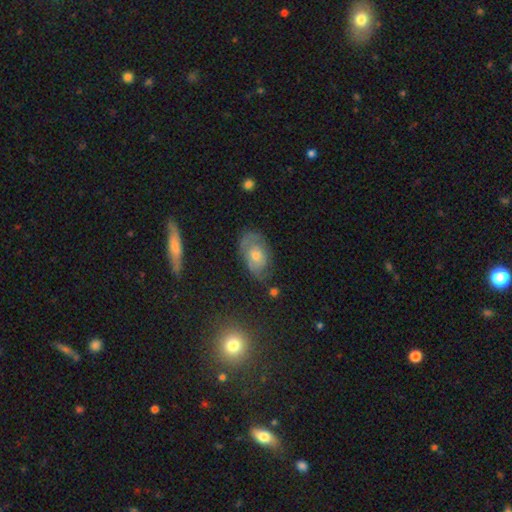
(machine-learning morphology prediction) Overall: featured or disk (54%; smooth 36%). Edge-on disk: no (91%). Merging: none (61%; minor disturbance 25%).